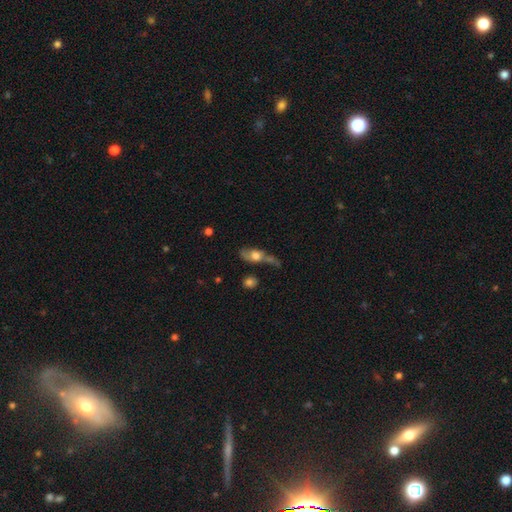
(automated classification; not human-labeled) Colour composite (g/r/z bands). It shows a smooth galaxy with no disk features (52%) that is in between round and cigar-shaped (67%). Merging: none (34%).